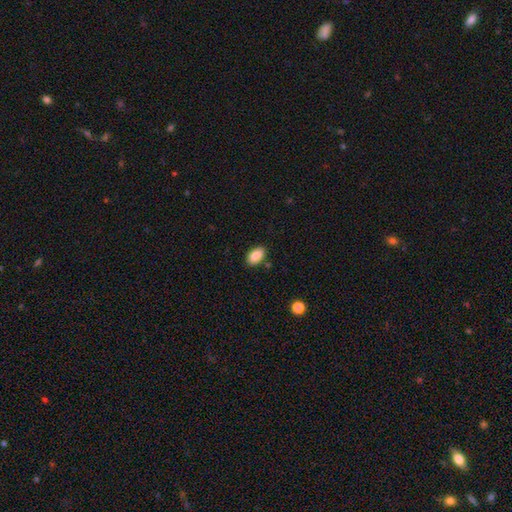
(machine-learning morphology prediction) smooth-or-featured: smooth: 88% | star or artifact: 8% | featured or disk: 4%
  how-rounded: in between: 92% | round: 6% | cigar-shaped: 2%
  merging: none: 83% | minor disturbance: 11% | merger: 3% | major disturbance: 3%